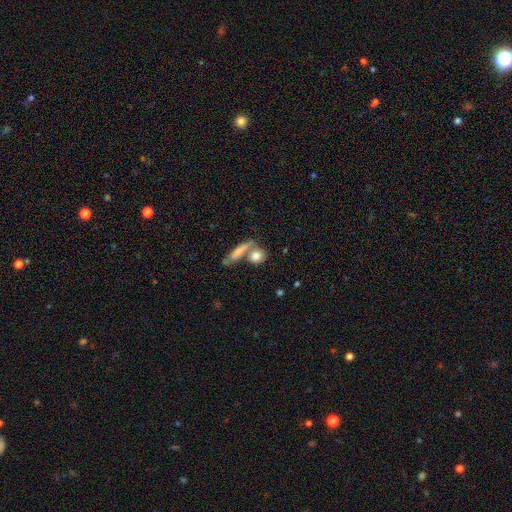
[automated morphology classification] Smooth or featured? Predicted: smooth (p=0.77). How rounded? Predicted: round (p=0.54). Merging? Predicted: none (p=0.49).